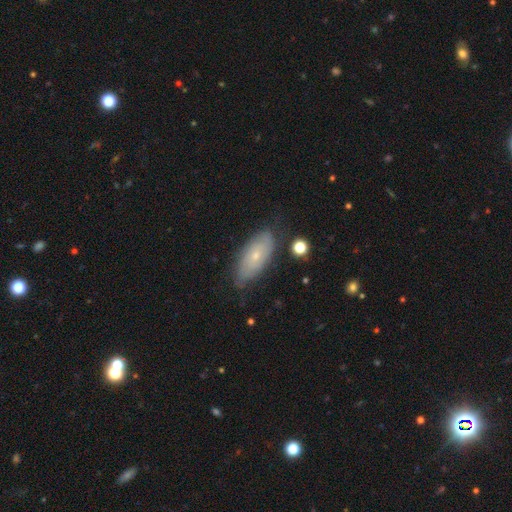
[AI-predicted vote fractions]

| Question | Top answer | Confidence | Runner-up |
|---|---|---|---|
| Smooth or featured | featured or disk | 47% | smooth (45%) |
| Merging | none | 72% | minor disturbance (21%) |